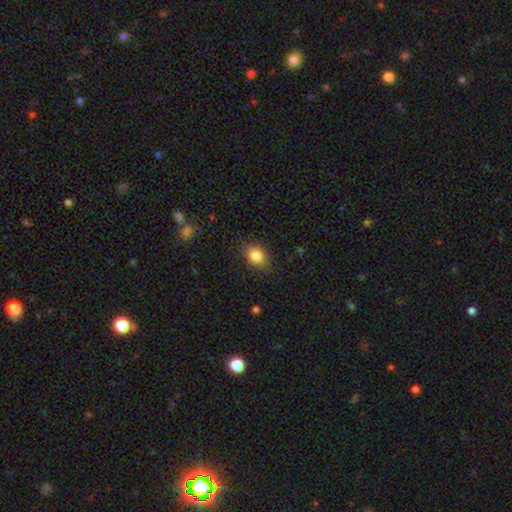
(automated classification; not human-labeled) A smooth galaxy with no disk features (84%) that is in between round and cigar-shaped (62%).

Vote fractions:
- Smooth or featured? smooth: 84% / star or artifact: 9% / featured or disk: 7%
- How rounded? in between: 62% / round: 37% / cigar-shaped: 1%
- Merging? none: 83% / minor disturbance: 13% / major disturbance: 3% / merger: 1%